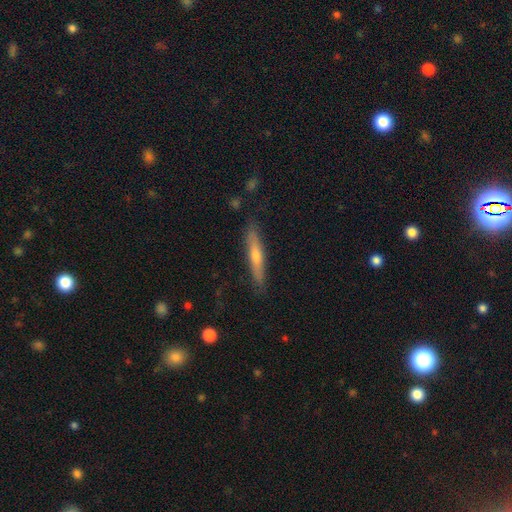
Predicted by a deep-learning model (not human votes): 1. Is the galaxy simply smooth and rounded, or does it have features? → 50% smooth, 44% featured or disk, 6% star or artifact.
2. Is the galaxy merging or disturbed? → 85% none, 11% minor disturbance, 2% major disturbance, 1% merger.